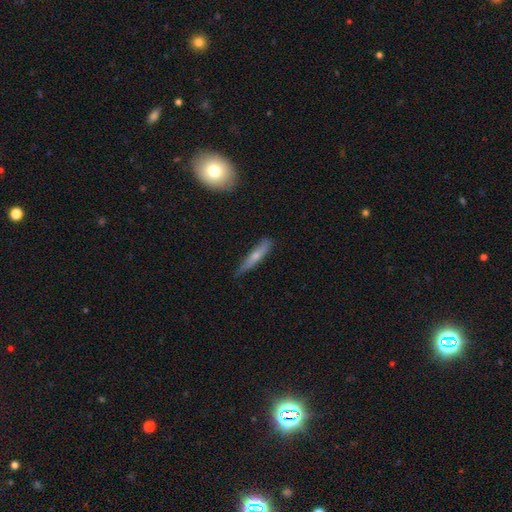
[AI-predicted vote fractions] A smooth galaxy with no disk features (56%) that is cigar-shaped (88%).

Vote fractions:
- Smooth or featured? smooth: 56% / featured or disk: 38% / star or artifact: 6%
- How rounded? cigar-shaped: 88% / in between: 10% / round: 2%
- Merging? none: 74% / minor disturbance: 21% / major disturbance: 3% / merger: 2%